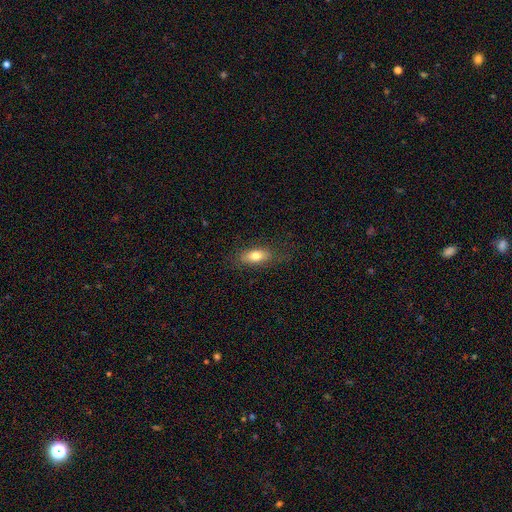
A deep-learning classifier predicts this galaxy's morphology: Smooth or featured: smooth — 75% (featured or disk — 17%)
How rounded: in between — 79% (cigar-shaped — 16%)
Merging: none — 78% (minor disturbance — 15%)